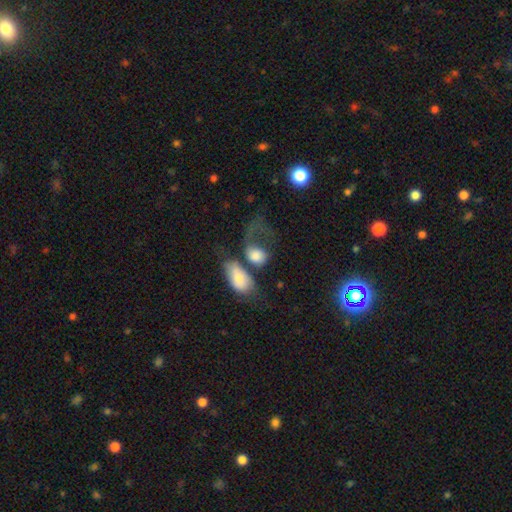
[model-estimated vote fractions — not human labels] Smooth or featured? Predicted: smooth (p=0.71). How rounded? Predicted: in between (p=0.67). Merging? Predicted: merger (p=0.41).